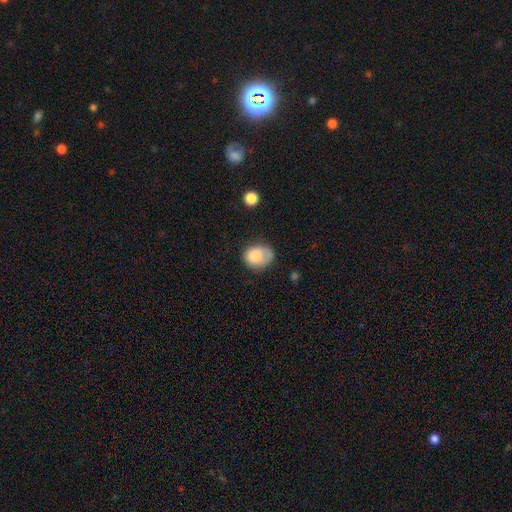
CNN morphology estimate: type=smooth (77%); roundness=in between (52%); merging=none (49%).